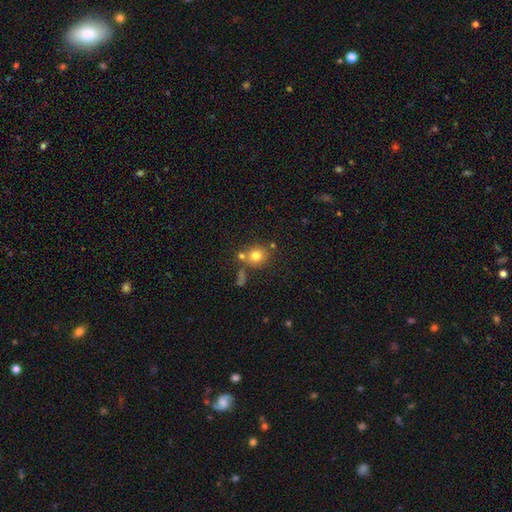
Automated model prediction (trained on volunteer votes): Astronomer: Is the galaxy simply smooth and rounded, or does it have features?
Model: smooth — 77%.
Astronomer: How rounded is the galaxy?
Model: round — 79%.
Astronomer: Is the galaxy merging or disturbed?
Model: none — 62%.